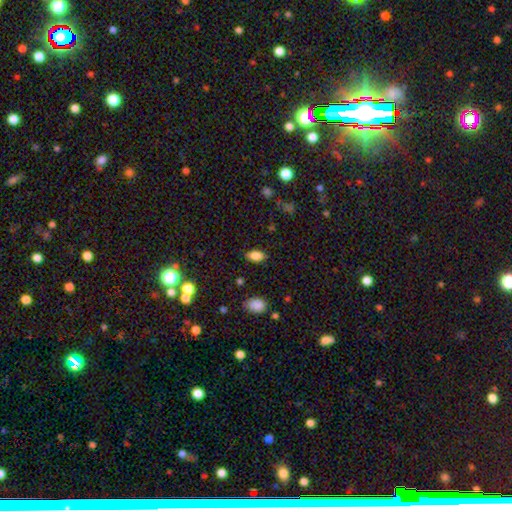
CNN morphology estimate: Q: Smooth or featured?
A: smooth (79%); runner-up: featured or disk (11%)
Q: How rounded?
A: in between (88%); runner-up: cigar-shaped (6%)
Q: Merging?
A: none (83%); runner-up: minor disturbance (13%)